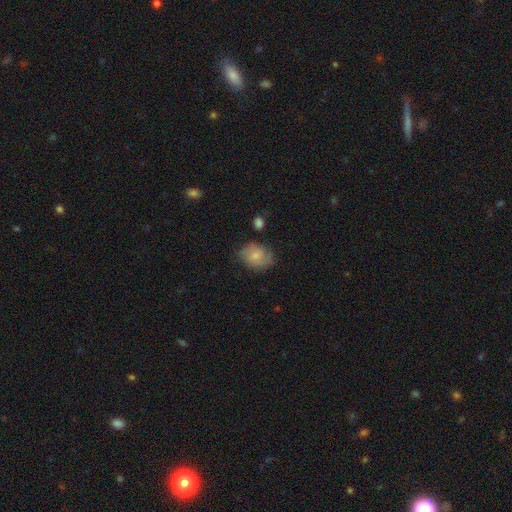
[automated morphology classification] smooth_or_featured: smooth (p=0.57) [alt: featured or disk p=0.36]
how_rounded: in between (p=0.53) [alt: round p=0.46]
merging: none (p=0.64) [alt: minor disturbance p=0.25]